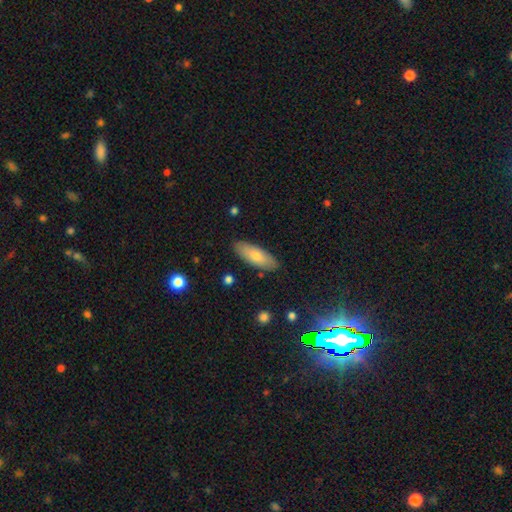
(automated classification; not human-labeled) This appears to be a smooth galaxy with no disk features (74%) that is in between round and cigar-shaped (71%). Merging: none (86%).